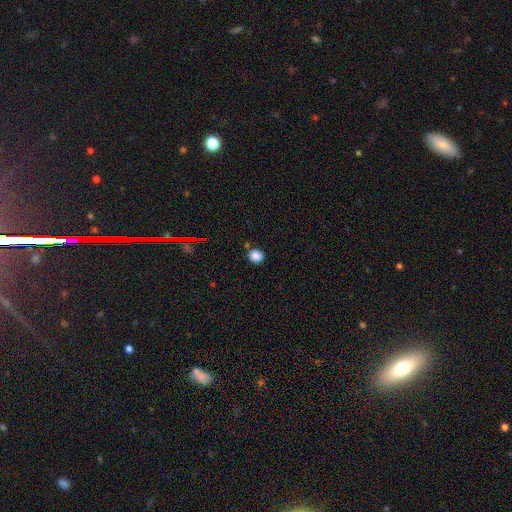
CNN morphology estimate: Q: Smooth or featured?
A: smooth (84%); runner-up: star or artifact (13%)
Q: How rounded?
A: round (87%); runner-up: in between (12%)
Q: Merging?
A: none (81%); runner-up: minor disturbance (11%)